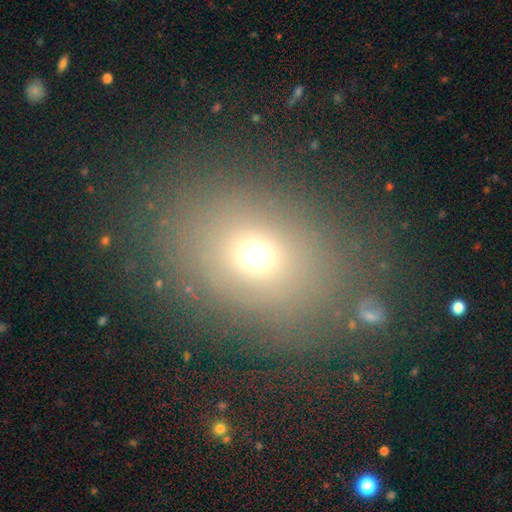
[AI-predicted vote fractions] smooth_or_featured: smooth (p=0.66) [alt: star or artifact p=0.20]
how_rounded: in between (p=0.54) [alt: round p=0.44]
merging: none (p=0.79) [alt: minor disturbance p=0.11]